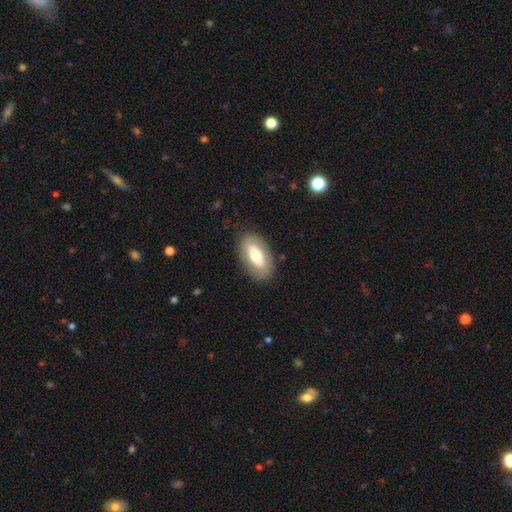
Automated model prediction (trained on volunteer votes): Q: Smooth or featured?
A: smooth (60%); runner-up: featured or disk (34%)
Q: How rounded?
A: in between (92%); runner-up: cigar-shaped (4%)
Q: Merging?
A: none (83%); runner-up: minor disturbance (12%)